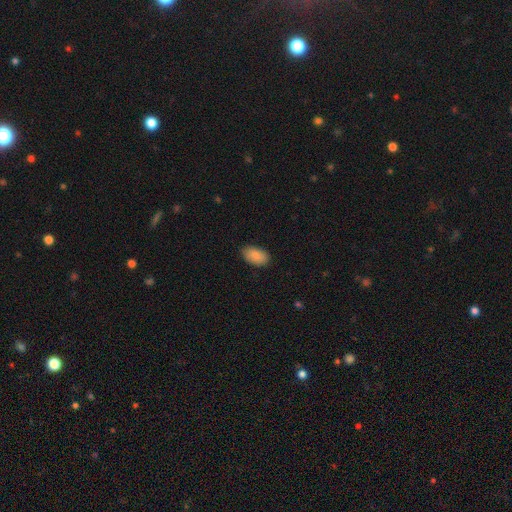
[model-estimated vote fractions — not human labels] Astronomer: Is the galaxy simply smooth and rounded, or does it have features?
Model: smooth — 89%.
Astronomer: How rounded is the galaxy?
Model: in between — 93%.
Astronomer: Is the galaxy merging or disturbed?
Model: none — 85%.